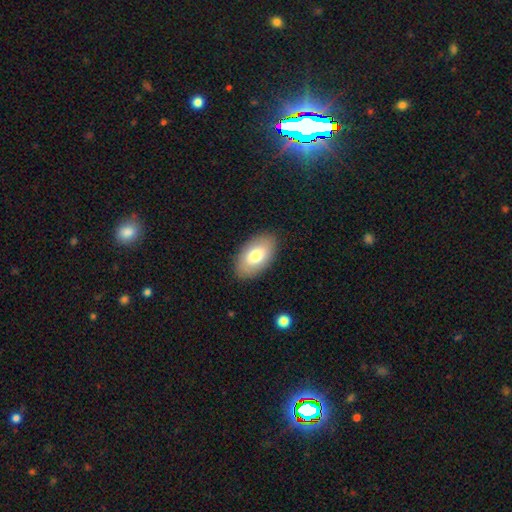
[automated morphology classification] type=smooth (74%); roundness=in between (94%); merging=none (87%).